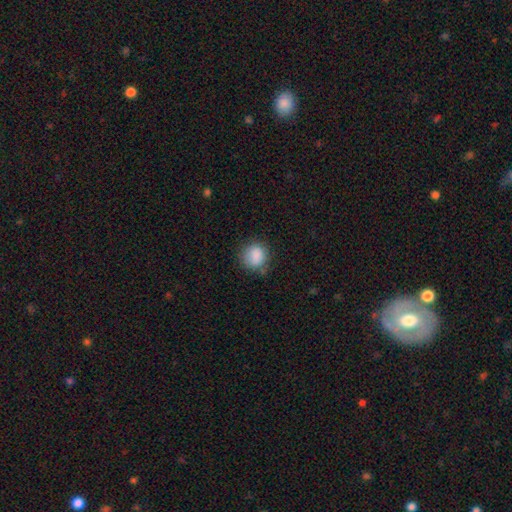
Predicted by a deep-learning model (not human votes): A smooth galaxy with no disk features (87%) that is round (80%).

Vote fractions:
- Smooth or featured? smooth: 87% / star or artifact: 8% / featured or disk: 5%
- How rounded? round: 80% / in between: 19% / cigar-shaped: 1%
- Merging? none: 73% / minor disturbance: 20% / major disturbance: 5% / merger: 2%